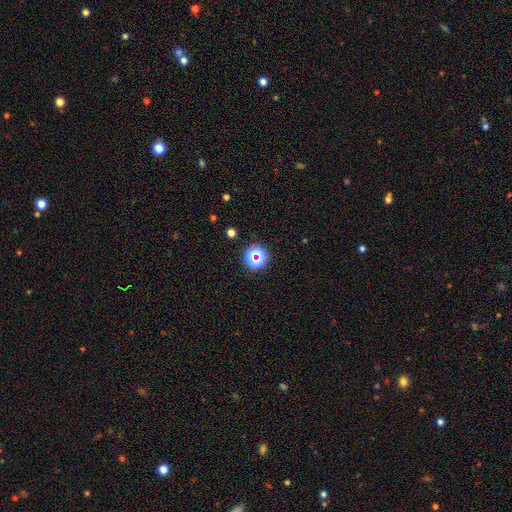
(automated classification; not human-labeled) Morphology: type=star or artifact (58%).